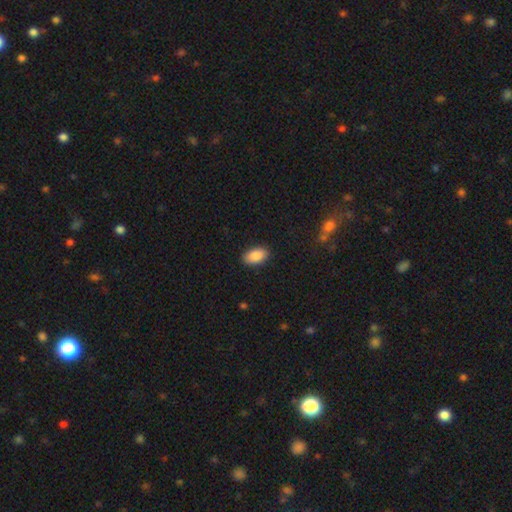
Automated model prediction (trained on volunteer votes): This is clearly a smooth galaxy (88%). How rounded: clearly in between (93%). Merging: clearly none (89%).